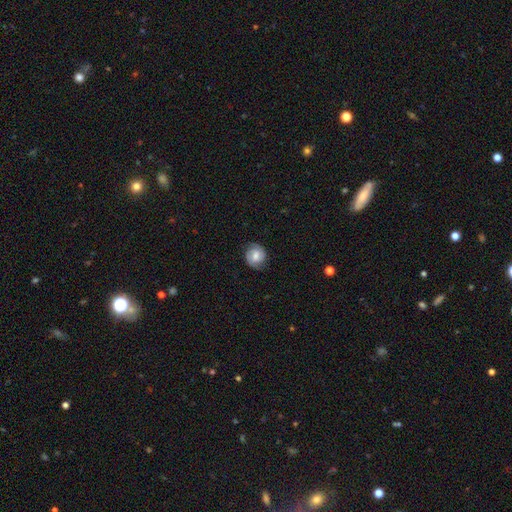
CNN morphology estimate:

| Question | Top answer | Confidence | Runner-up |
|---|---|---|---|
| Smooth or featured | featured or disk | 53% | smooth (39%) |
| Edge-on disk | no | 97% | yes (3%) |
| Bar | no | 50% | weak (39%) |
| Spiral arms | yes | 87% | no (13%) |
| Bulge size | moderate | 65% | small (21%) |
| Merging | none | 81% | minor disturbance (14%) |